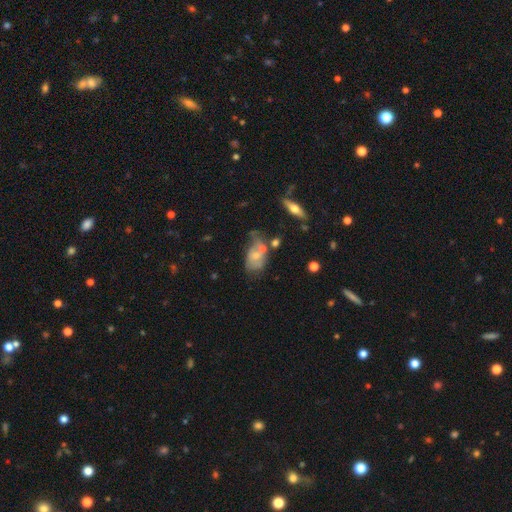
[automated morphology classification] The model was most divided on "merging" (2-way tie): minor disturbance: 27%, none: 27%, merger: 25%, major disturbance: 21%. Remaining: smooth or featured — smooth (46%).